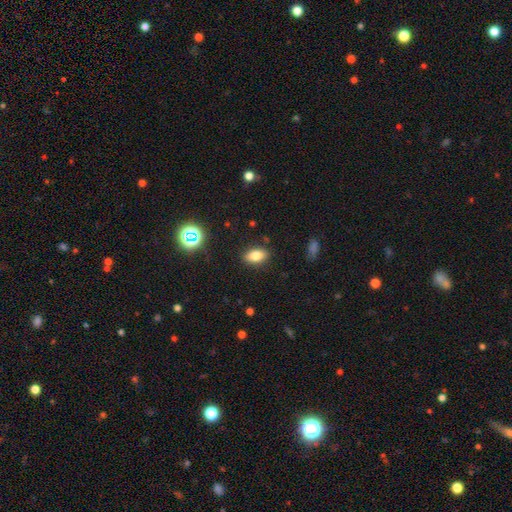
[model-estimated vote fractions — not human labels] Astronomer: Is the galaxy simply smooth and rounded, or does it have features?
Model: smooth — 79%.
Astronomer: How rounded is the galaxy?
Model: in between — 86%.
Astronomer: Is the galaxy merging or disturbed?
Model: none — 86%.